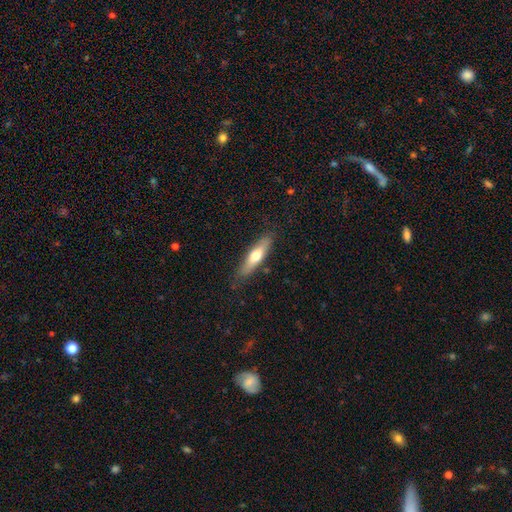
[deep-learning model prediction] Smooth or featured? smooth (59%)
How rounded? cigar-shaped (70%)
Merging? none (82%)